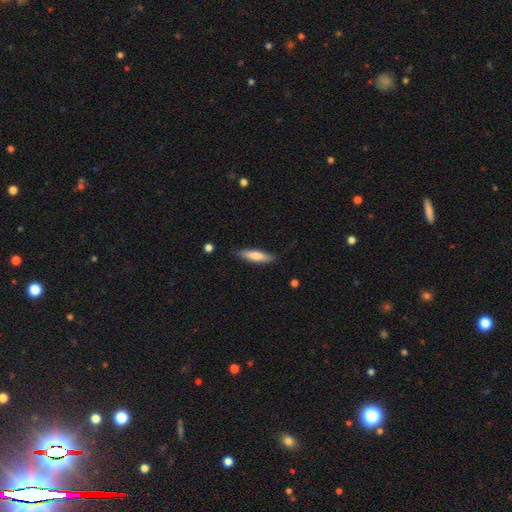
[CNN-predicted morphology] type=smooth (74%); roundness=cigar-shaped (72%); merging=none (84%).